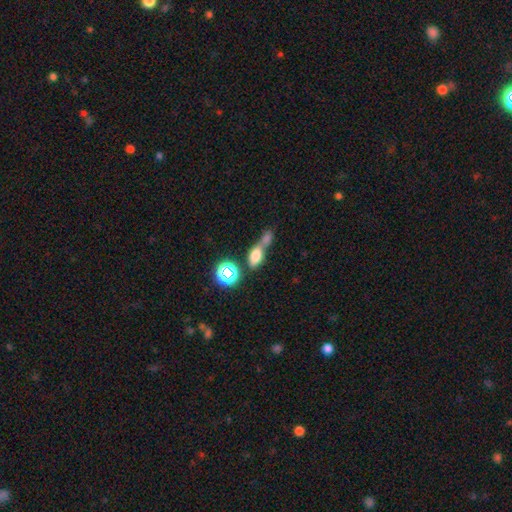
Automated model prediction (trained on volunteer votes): Morphology: type=smooth (69%); roundness=in between (69%); merging=merger (60%).